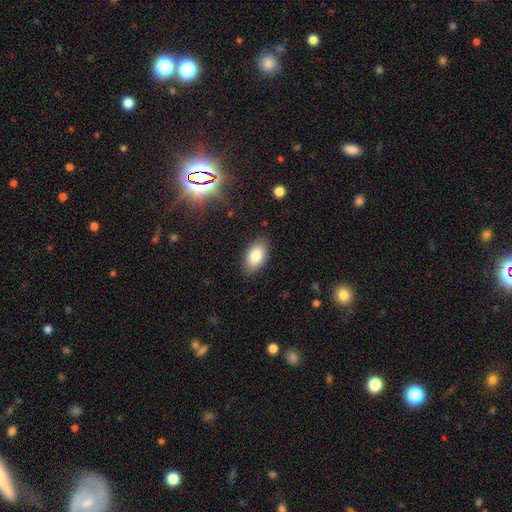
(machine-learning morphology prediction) type=smooth (82%); roundness=in between (93%); merging=none (86%).